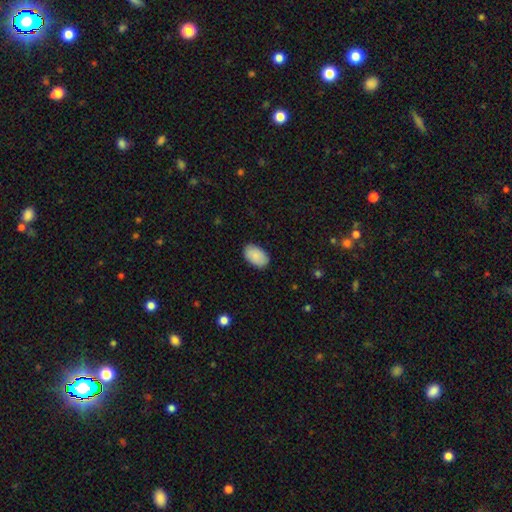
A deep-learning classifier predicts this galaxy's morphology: Smooth or featured? Predicted: smooth (p=0.88). How rounded? Predicted: in between (p=0.93). Merging? Predicted: none (p=0.87).